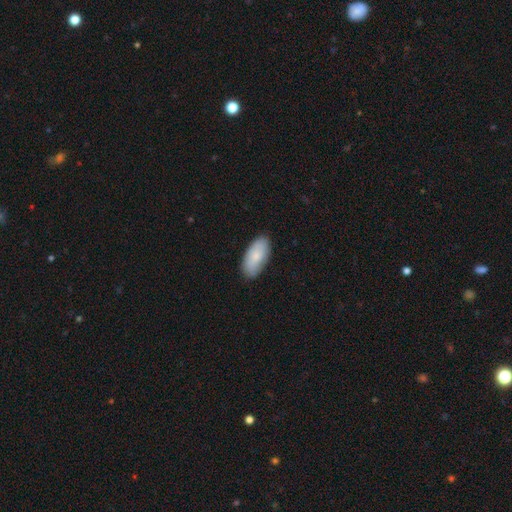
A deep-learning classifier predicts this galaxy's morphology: Smooth or featured?
  - smooth: 82% *
  - featured or disk: 12%
  - star or artifact: 5%
How rounded?
  - in between: 92% *
  - cigar-shaped: 6%
  - round: 2%
Merging?
  - none: 85% *
  - minor disturbance: 12%
  - major disturbance: 2%
  - merger: 1%